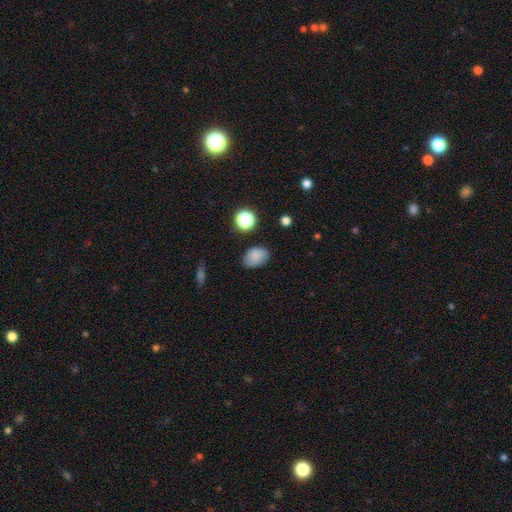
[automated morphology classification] A smooth galaxy with no disk features (81%) that is in between round and cigar-shaped (79%).

Vote fractions:
- Smooth or featured? smooth: 81% / star or artifact: 11% / featured or disk: 8%
- How rounded? in between: 79% / round: 20% / cigar-shaped: 1%
- Merging? none: 76% / minor disturbance: 18% / major disturbance: 4% / merger: 2%